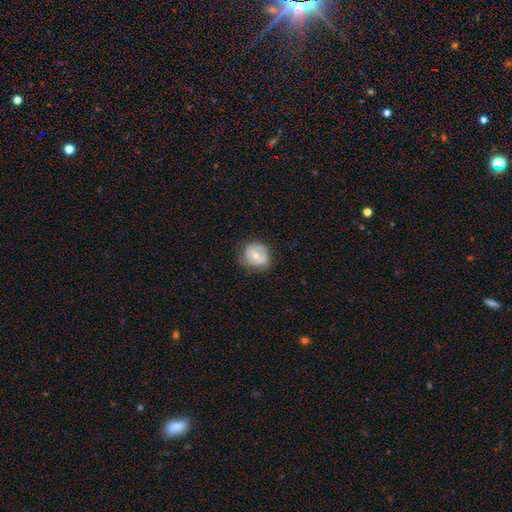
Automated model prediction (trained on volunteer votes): smooth 50%, featured or disk 42%, star or artifact 8%. Down the decision tree: how rounded — round (80%); merging — none (70%).